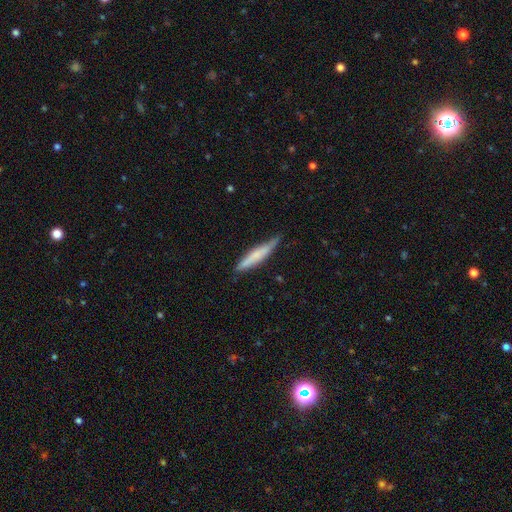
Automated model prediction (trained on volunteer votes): Morphology: type=smooth (60%); roundness=cigar-shaped (91%); merging=none (72%).